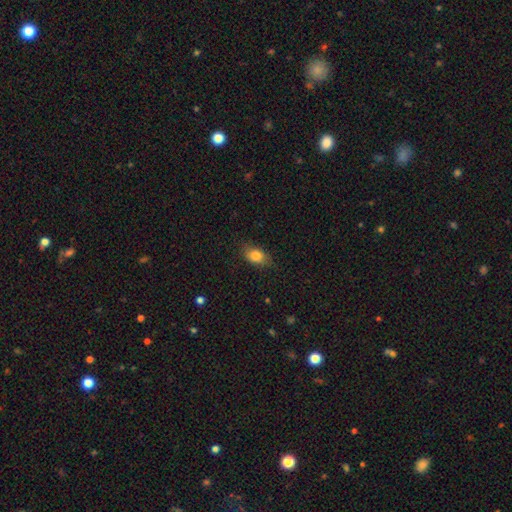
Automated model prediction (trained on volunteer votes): Smooth or featured: smooth — 82% (star or artifact — 9%)
How rounded: in between — 78% (round — 20%)
Merging: none — 80% (minor disturbance — 16%)